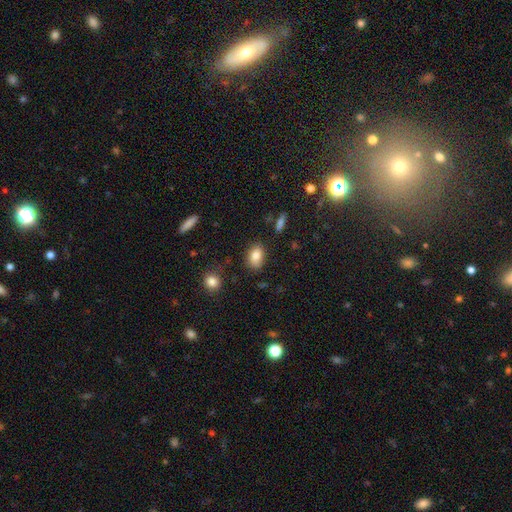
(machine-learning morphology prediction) This appears to be a smooth galaxy with no disk features (84%) that is in between round and cigar-shaped (84%). Merging: none (80%).